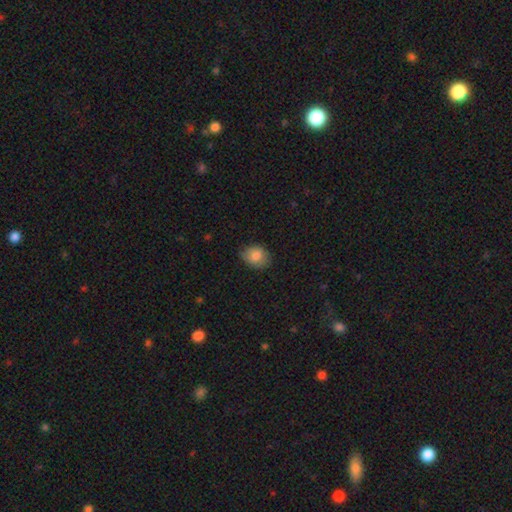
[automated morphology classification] smooth-or-featured: smooth: 83% | featured or disk: 9% | star or artifact: 8%
  how-rounded: in between: 56% | round: 43% | cigar-shaped: 1%
  merging: none: 74% | minor disturbance: 21% | major disturbance: 4% | merger: 1%